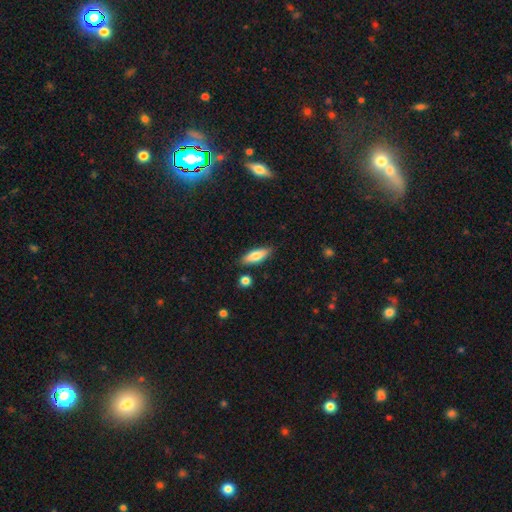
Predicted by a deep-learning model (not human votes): Overall: smooth (72%). How rounded: in between (54%; cigar-shaped 43%). Merging: none (83%).